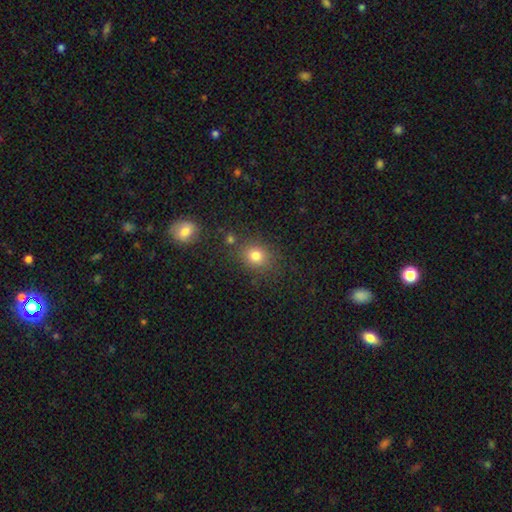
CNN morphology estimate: A smooth galaxy with no disk features (78%) that is round (67%). Merging: none (80%).